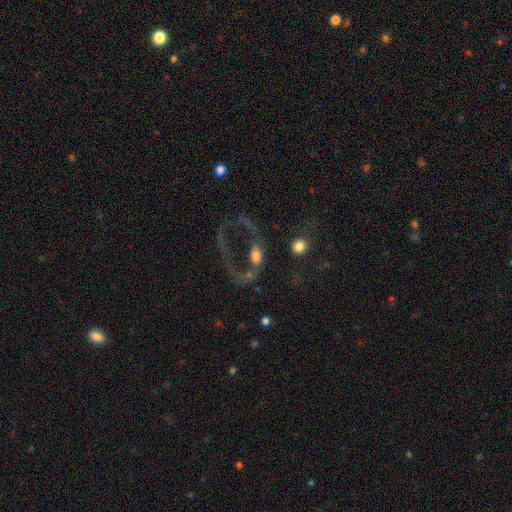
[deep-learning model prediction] Q: Smooth or featured?
A: featured or disk (48%); runner-up: smooth (39%)
Q: Merging?
A: none (39%); runner-up: major disturbance (33%)